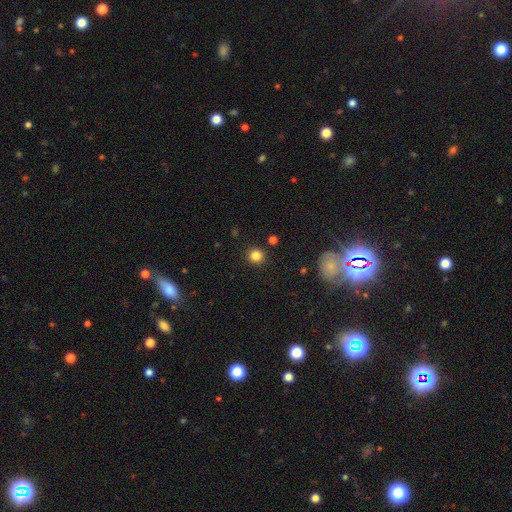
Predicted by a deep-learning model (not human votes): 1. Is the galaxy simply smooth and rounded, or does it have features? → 84% smooth, 12% star or artifact, 4% featured or disk.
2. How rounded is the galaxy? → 91% round, 8% in between, 1% cigar-shaped.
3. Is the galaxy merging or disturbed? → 91% none, 6% minor disturbance, 2% major disturbance, 2% merger.